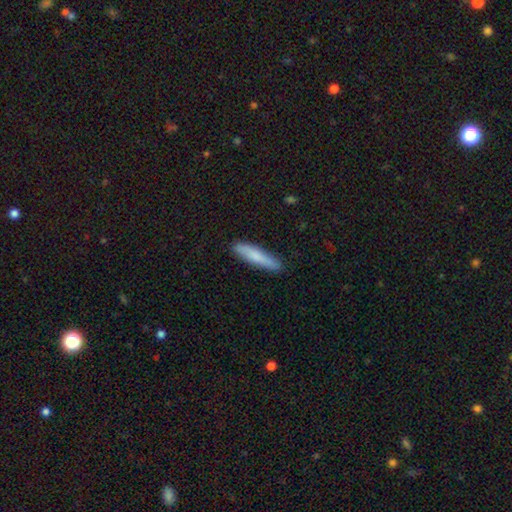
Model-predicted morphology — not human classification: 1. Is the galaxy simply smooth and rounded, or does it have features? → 77% smooth, 17% featured or disk, 5% star or artifact.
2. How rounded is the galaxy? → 88% cigar-shaped, 11% in between, 1% round.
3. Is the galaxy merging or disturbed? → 88% none, 9% minor disturbance, 2% major disturbance, 1% merger.